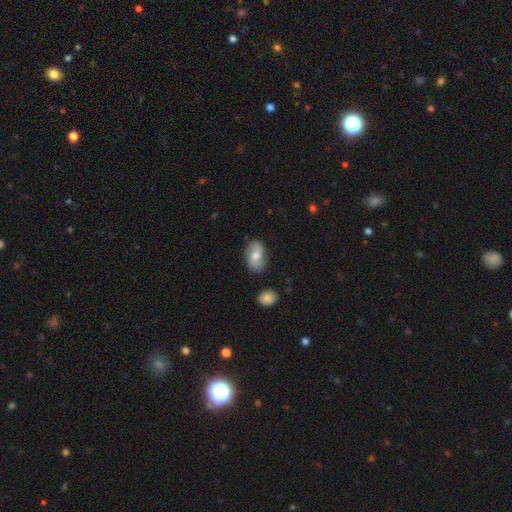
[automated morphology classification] Q: Smooth or featured?
A: smooth (51%); runner-up: featured or disk (42%)
Q: How rounded?
A: in between (85%); runner-up: round (13%)
Q: Merging?
A: none (76%); runner-up: minor disturbance (17%)